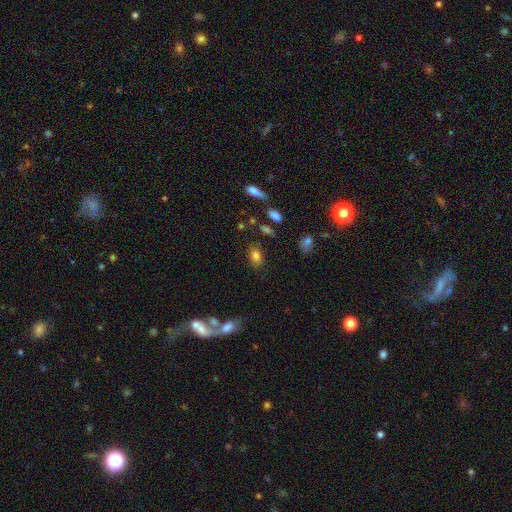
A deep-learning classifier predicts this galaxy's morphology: Smooth or featured: smooth — 81% (star or artifact — 10%)
How rounded: in between — 88% (round — 10%)
Merging: none — 79% (minor disturbance — 13%)